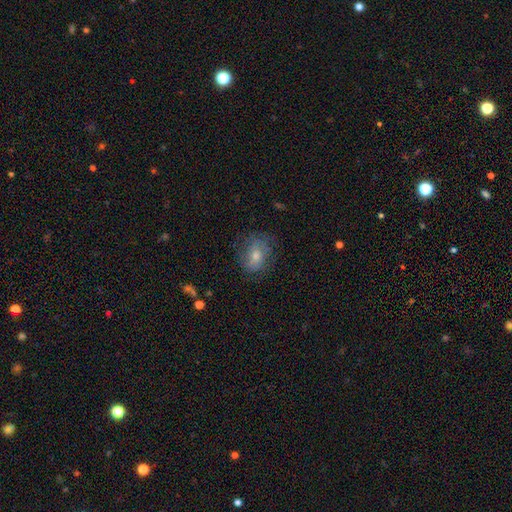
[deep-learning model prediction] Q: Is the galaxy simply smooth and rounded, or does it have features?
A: smooth — 43%.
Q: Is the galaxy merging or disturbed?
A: none — 72%.